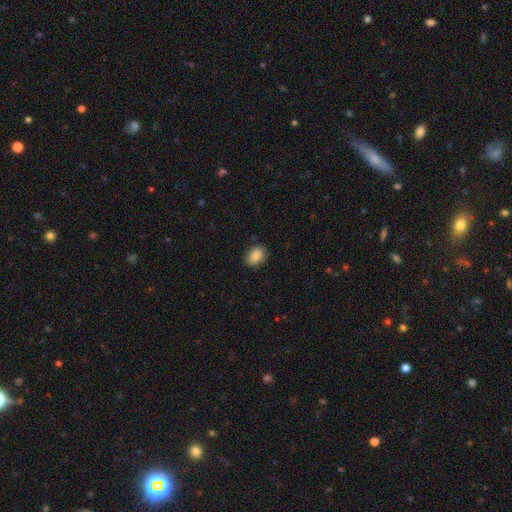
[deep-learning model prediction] Overall: smooth (88%). How rounded: in between (79%). Merging: none (85%).